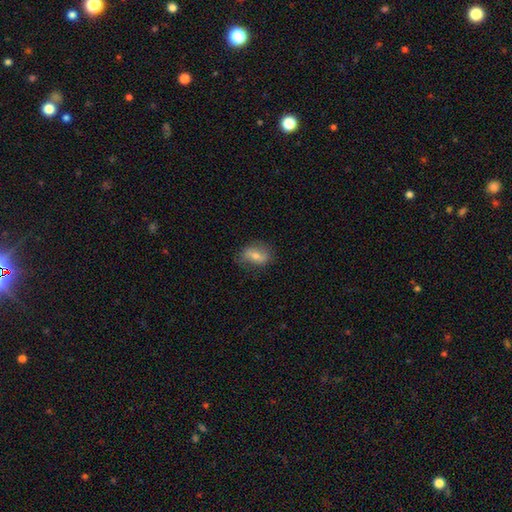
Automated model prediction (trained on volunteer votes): Overall: smooth (56%; featured or disk 36%). How rounded: in between (76%). Merging: none (73%).